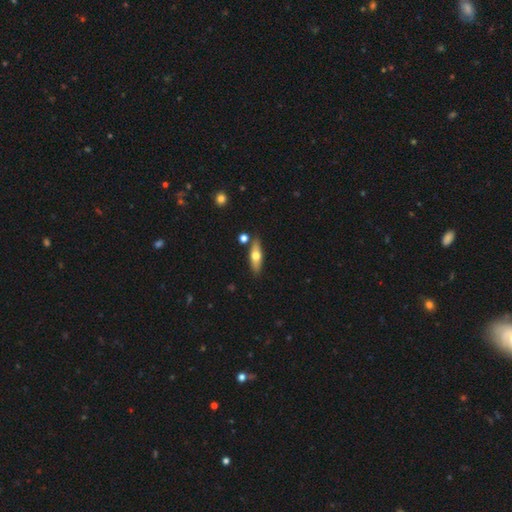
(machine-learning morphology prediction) Overall: smooth (54%; featured or disk 40%). How rounded: cigar-shaped (50%; in between 47%). Merging: none (83%).